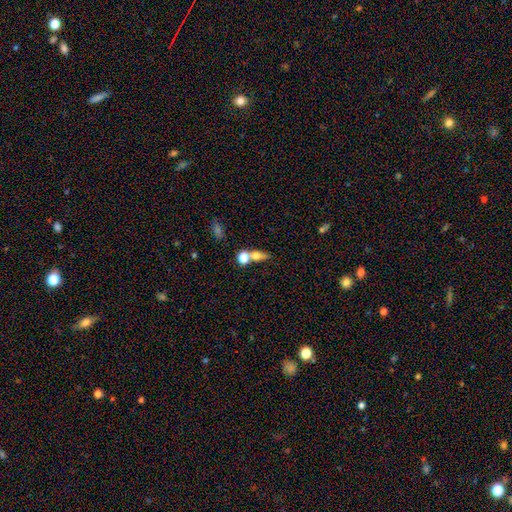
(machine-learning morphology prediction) This is likely a smooth galaxy (69%). How rounded: possibly in between (51%). Merging: possibly merger (47%).